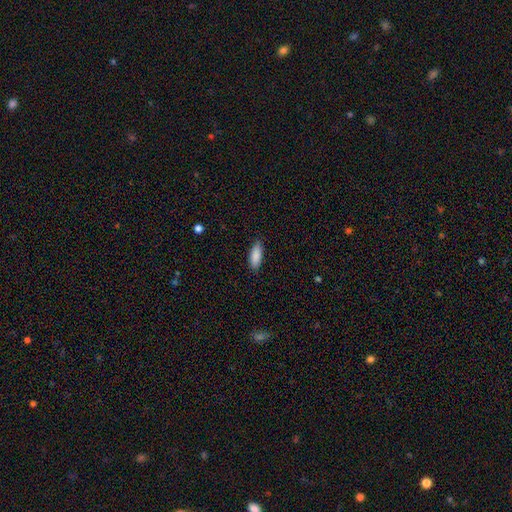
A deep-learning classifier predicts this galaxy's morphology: This is clearly a smooth galaxy (89%). How rounded: likely in between (70%). Merging: clearly none (85%).